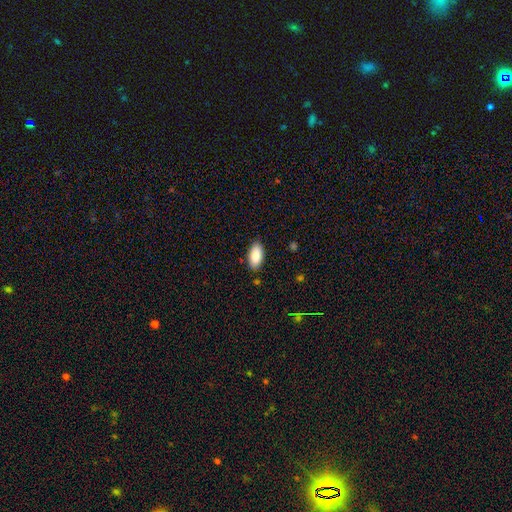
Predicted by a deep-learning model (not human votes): smooth_or_featured: smooth (p=0.88) [alt: star or artifact p=0.06]
how_rounded: in between (p=0.92) [alt: cigar-shaped p=0.06]
merging: none (p=0.86) [alt: minor disturbance p=0.10]